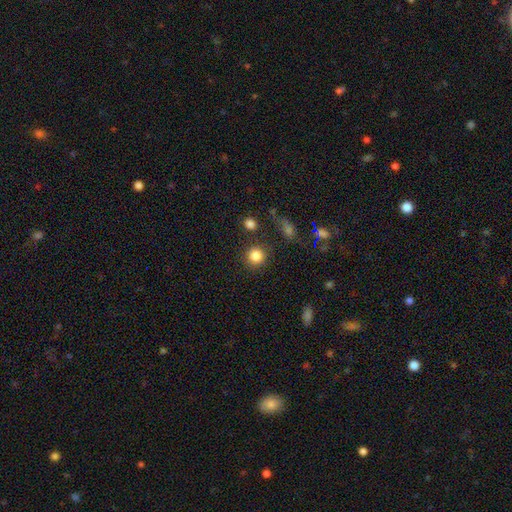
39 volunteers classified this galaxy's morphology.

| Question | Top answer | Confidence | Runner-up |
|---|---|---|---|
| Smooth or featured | smooth | 87% | star or artifact (8%) |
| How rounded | round | 97% | in between (3%) |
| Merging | none | 94% | minor disturbance (3%) |